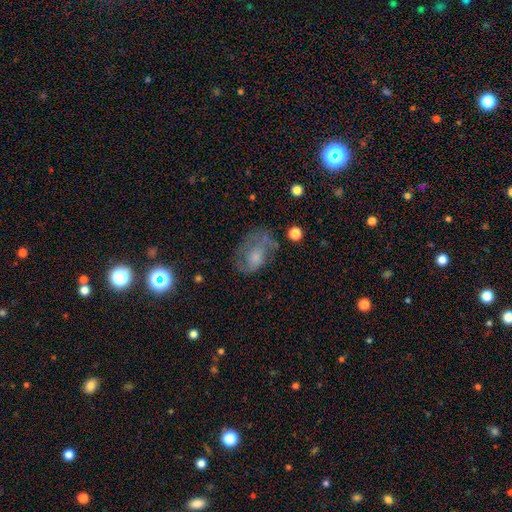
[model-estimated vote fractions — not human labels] featured or disk 53%, smooth 35%, star or artifact 12%. Down the decision tree: edge-on disk — no (96%); bar — no (74%); spiral arms — yes (69%); bulge size — small (39%); merging — none (48%).